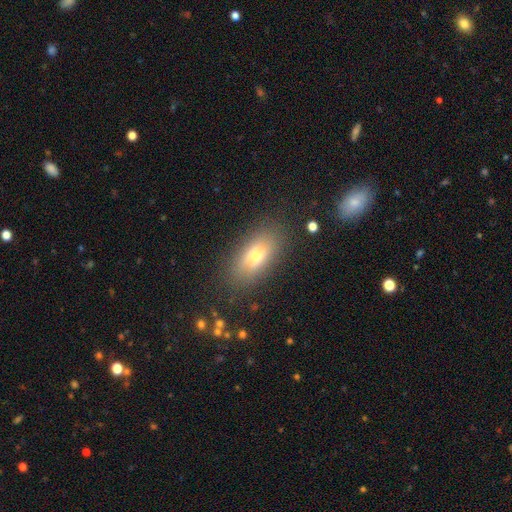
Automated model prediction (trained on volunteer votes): Morphology: type=smooth (71%); roundness=in between (82%); merging=none (84%).